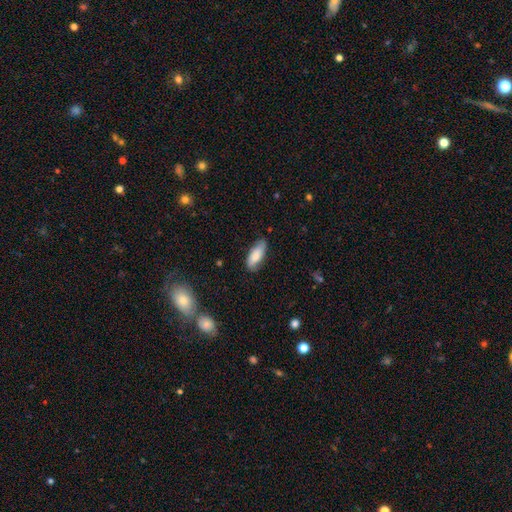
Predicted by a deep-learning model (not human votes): smooth_or_featured: smooth (p=0.80) [alt: featured or disk p=0.14]
how_rounded: in between (p=0.78) [alt: cigar-shaped p=0.20]
merging: none (p=0.75) [alt: minor disturbance p=0.20]